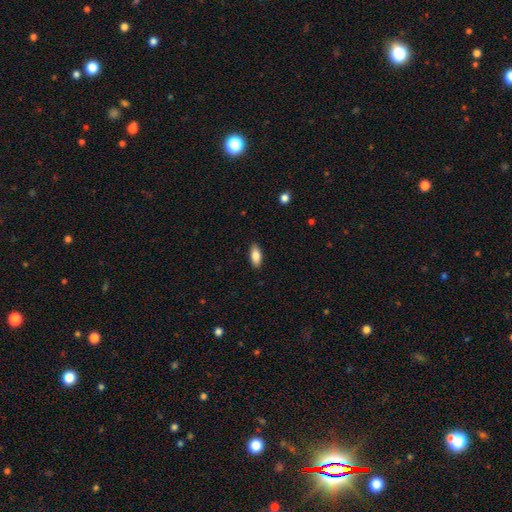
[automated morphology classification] smooth 86%, featured or disk 8%, star or artifact 7%. Down the decision tree: how rounded — in between (86%); merging — none (89%).